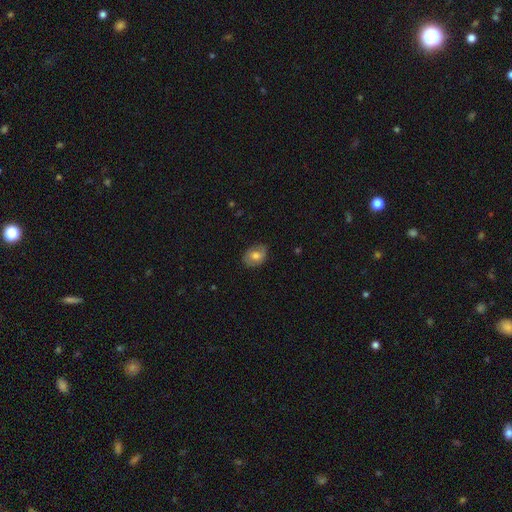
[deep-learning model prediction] smooth 64%, featured or disk 28%, star or artifact 8%. Down the decision tree: how rounded — in between (70%); merging — none (78%).